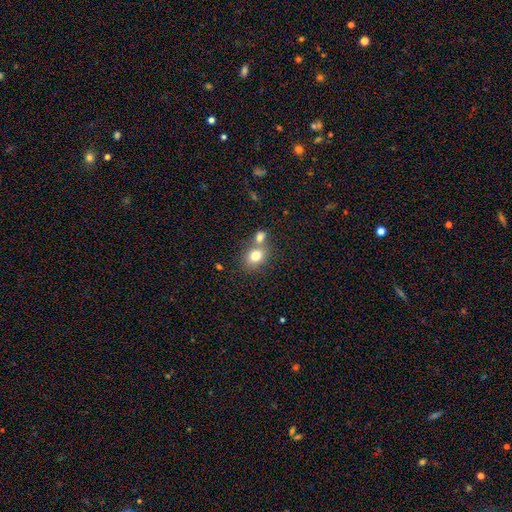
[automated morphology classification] Smooth or featured? Predicted: smooth (p=0.79). How rounded? Predicted: round (p=0.55). Merging? Predicted: none (p=0.48).